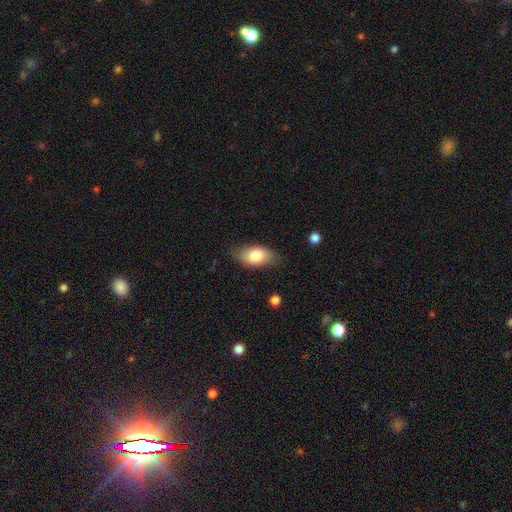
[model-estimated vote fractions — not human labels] smooth 77%, featured or disk 16%, star or artifact 6%. Down the decision tree: how rounded — in between (91%); merging — none (74%).